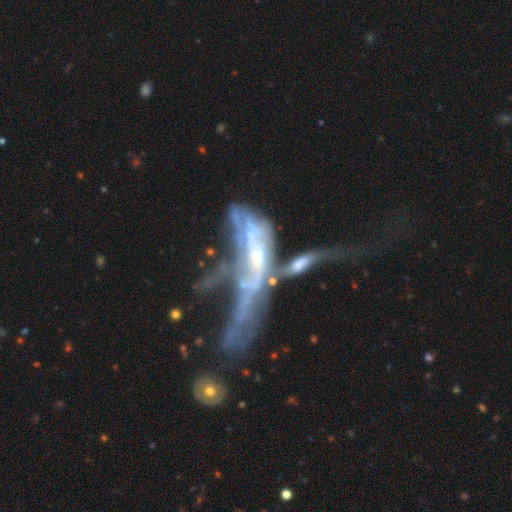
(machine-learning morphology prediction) smooth-or-featured: featured or disk: 72% | smooth: 15% | star or artifact: 13%
  disk-edge-on: no: 79% | yes: 21%
    bar: no: 67% | weak: 21% | strong: 13%
    has-spiral-arms: no: 55% | yes: 45%
    bulge-size: moderate: 37% | small: 36% | none: 18% | large: 6% | dominant: 2%
  merging: merger: 54% | major disturbance: 33% | none: 7% | minor disturbance: 6%